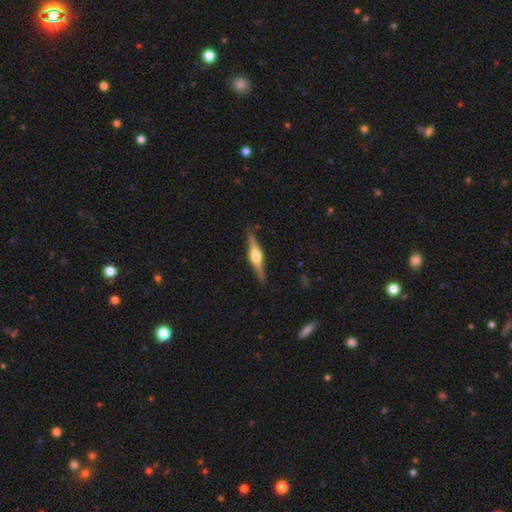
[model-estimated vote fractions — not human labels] smooth_or_featured: featured or disk (p=0.77) [alt: smooth p=0.18]
disk_edge_on: yes (p=0.98) [alt: no p=0.02]
edge_on_bulge: rounded (p=0.94) [alt: boxy p=0.04]
merging: none (p=0.89) [alt: minor disturbance p=0.08]